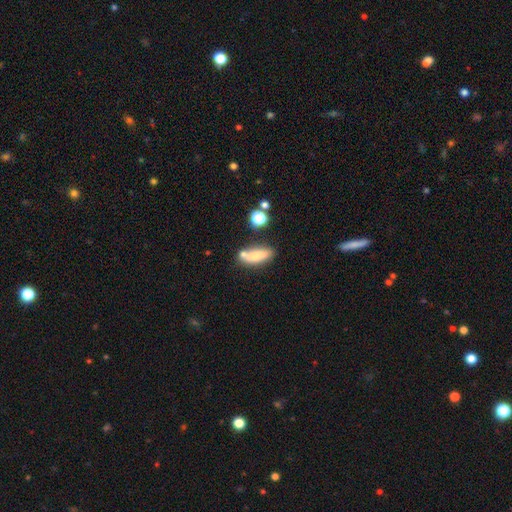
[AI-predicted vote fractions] Smooth or featured?
  - smooth: 74% *
  - featured or disk: 17%
  - star or artifact: 10%
How rounded?
  - in between: 57% *
  - cigar-shaped: 39%
  - round: 4%
Merging?
  - none: 58% *
  - minor disturbance: 18%
  - merger: 18%
  - major disturbance: 6%